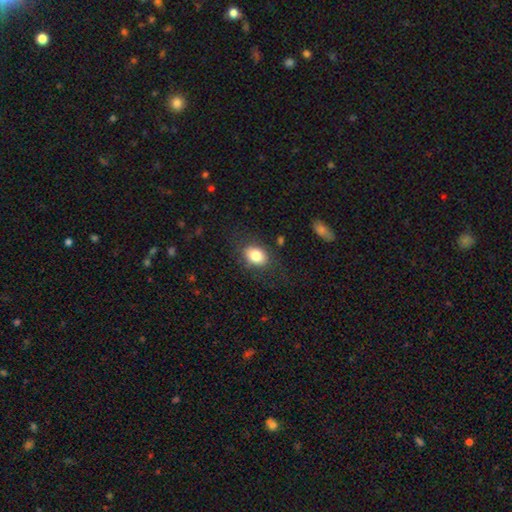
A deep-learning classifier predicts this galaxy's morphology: smooth-or-featured: smooth: 83% | featured or disk: 8% | star or artifact: 8%
  how-rounded: in between: 73% | round: 26% | cigar-shaped: 1%
  merging: none: 79% | minor disturbance: 13% | major disturbance: 6% | merger: 2%